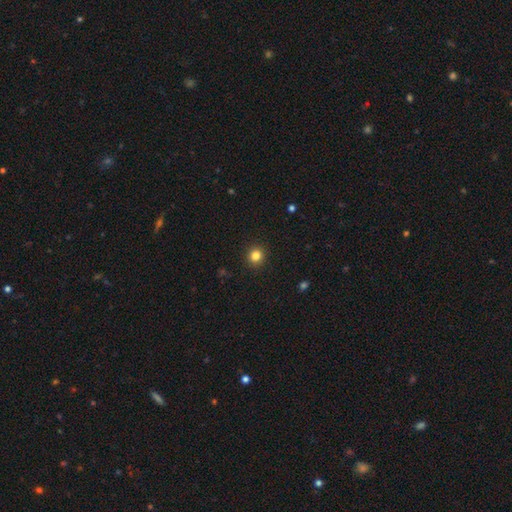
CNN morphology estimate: A smooth galaxy with no disk features (83%) that is round (91%). Merging: none (92%).